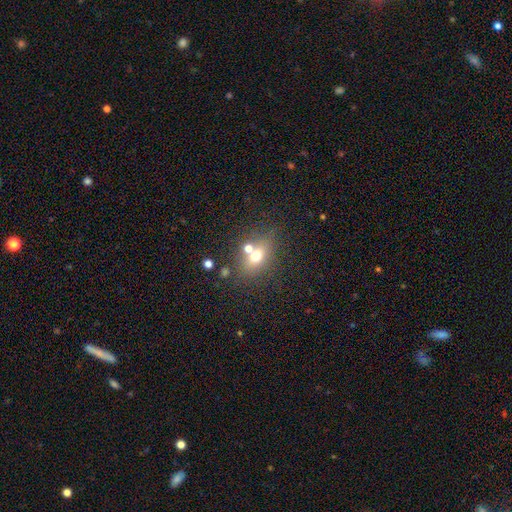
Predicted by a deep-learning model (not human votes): Smooth or featured?
  - smooth: 64% *
  - featured or disk: 20%
  - star or artifact: 15%
How rounded?
  - in between: 55% *
  - round: 42%
  - cigar-shaped: 3%
Merging?
  - none: 57% *
  - merger: 27%
  - minor disturbance: 12%
  - major disturbance: 5%